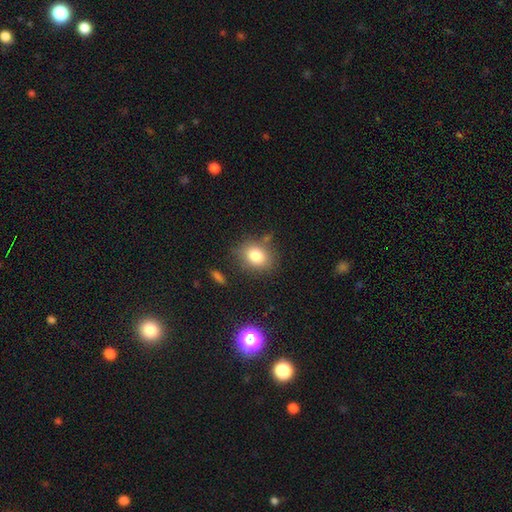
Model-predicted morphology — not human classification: A smooth galaxy with no disk features (80%) that is in between round and cigar-shaped (54%). Merging: none (77%).